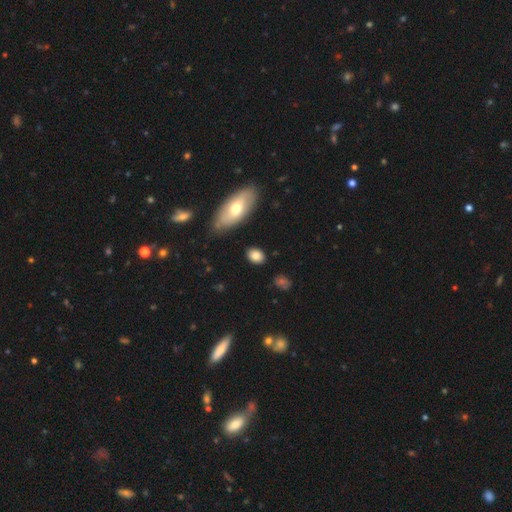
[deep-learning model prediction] Overall: smooth (82%). How rounded: in between (76%). Merging: none (83%).